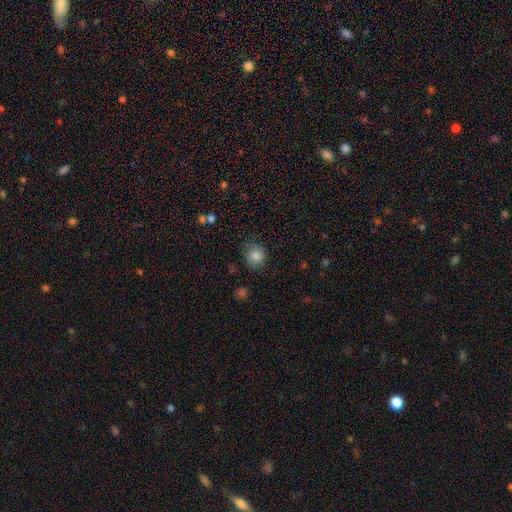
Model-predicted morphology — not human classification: The model was most divided on "smooth or featured": smooth: 85%, star or artifact: 11%, featured or disk: 5%. More confident: how rounded — round (91%); merging — none (85%).